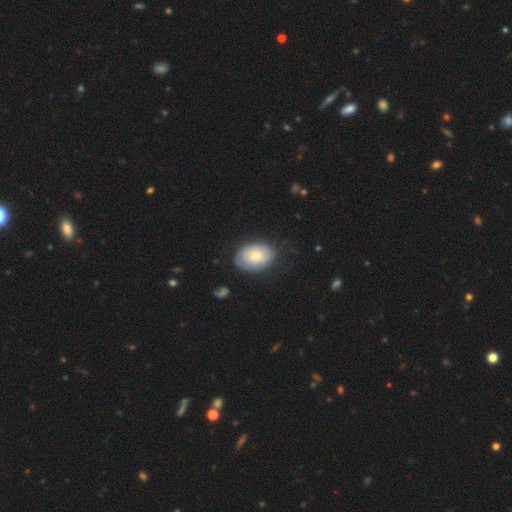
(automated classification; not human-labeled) Smooth or featured: smooth — 55% (featured or disk — 39%)
How rounded: in between — 79% (round — 20%)
Merging: none — 74% (minor disturbance — 19%)